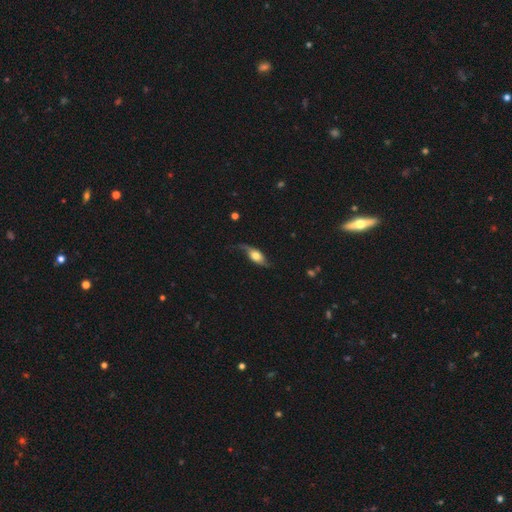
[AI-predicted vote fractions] Overall: featured or disk (56%; smooth 37%). Edge-on disk: no (68%; yes 32%). Merging: none (55%; minor disturbance 27%).